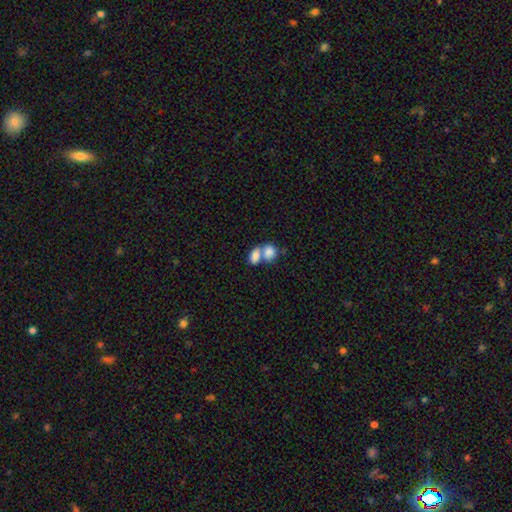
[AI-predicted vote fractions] Smooth or featured? Predicted: smooth (p=0.81). How rounded? Predicted: in between (p=0.77). Merging? Predicted: merger (p=0.67).